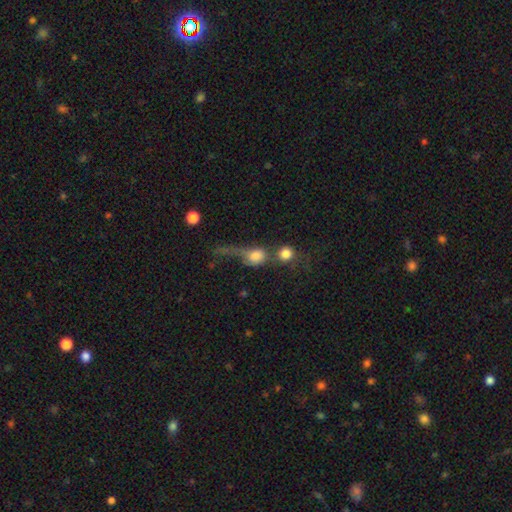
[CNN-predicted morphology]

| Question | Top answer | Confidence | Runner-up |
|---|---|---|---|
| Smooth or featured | smooth | 67% | featured or disk (21%) |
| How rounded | round | 65% | in between (29%) |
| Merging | merger | 48% | major disturbance (22%) |